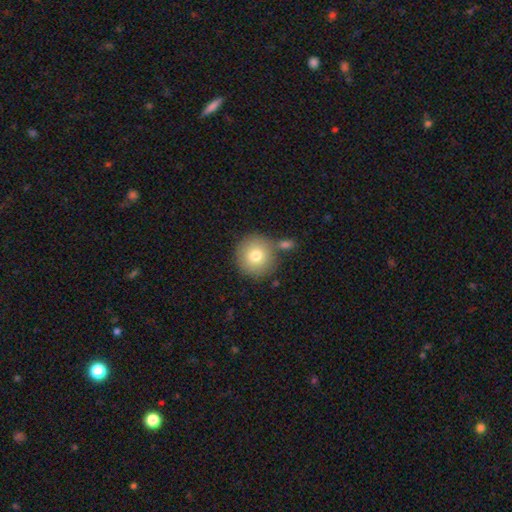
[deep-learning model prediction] Overall: smooth (78%). How rounded: round (95%). Merging: none (72%).